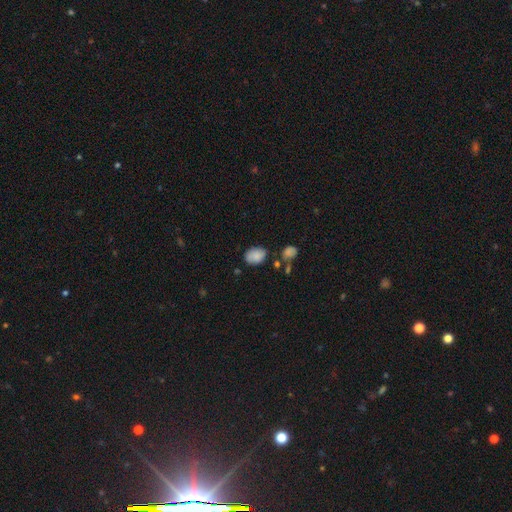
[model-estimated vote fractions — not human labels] This is clearly a smooth galaxy (84%). How rounded: likely in between (76%). Merging: likely none (66%).